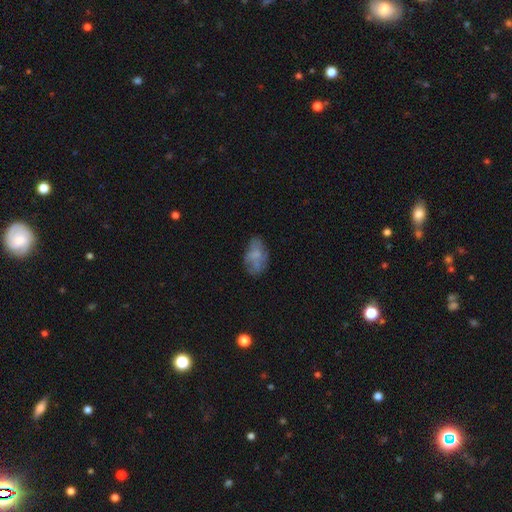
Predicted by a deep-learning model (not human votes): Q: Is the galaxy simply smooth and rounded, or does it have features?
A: smooth — 56%.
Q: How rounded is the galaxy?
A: in between — 89%.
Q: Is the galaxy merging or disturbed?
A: none — 54%.